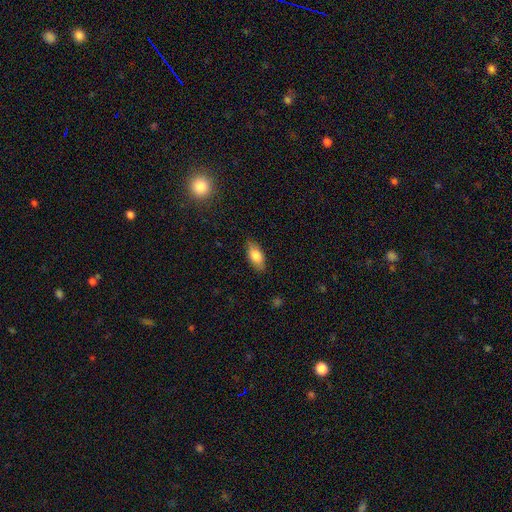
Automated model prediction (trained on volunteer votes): smooth_or_featured: smooth (p=0.80) [alt: featured or disk p=0.14]
how_rounded: in between (p=0.86) [alt: cigar-shaped p=0.11]
merging: none (p=0.83) [alt: minor disturbance p=0.13]